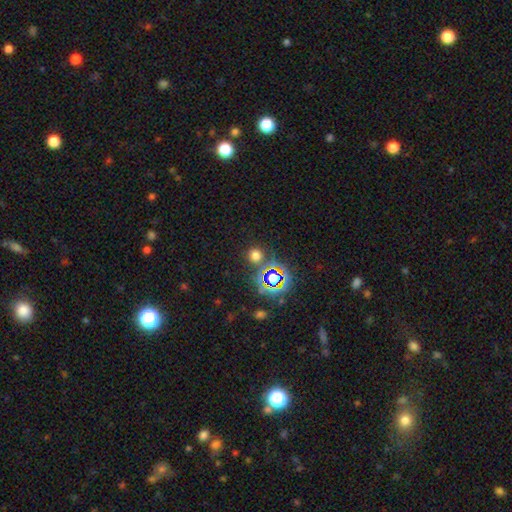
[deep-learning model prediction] Smooth or featured?
  - smooth: 63% *
  - star or artifact: 31%
  - featured or disk: 6%
How rounded?
  - round: 90% *
  - in between: 9%
  - cigar-shaped: 1%
Merging?
  - none: 81% *
  - merger: 8%
  - minor disturbance: 8%
  - major disturbance: 3%